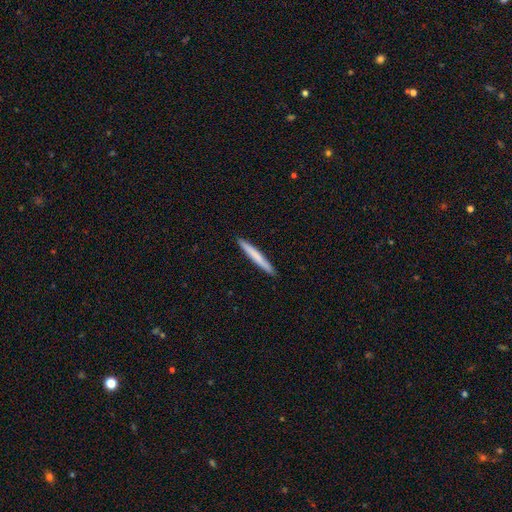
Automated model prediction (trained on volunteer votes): Smooth or featured?
  - smooth: 70% *
  - featured or disk: 25%
  - star or artifact: 5%
How rounded?
  - cigar-shaped: 97% *
  - in between: 2%
  - round: 1%
Merging?
  - none: 93% *
  - minor disturbance: 5%
  - major disturbance: 1%
  - merger: 1%